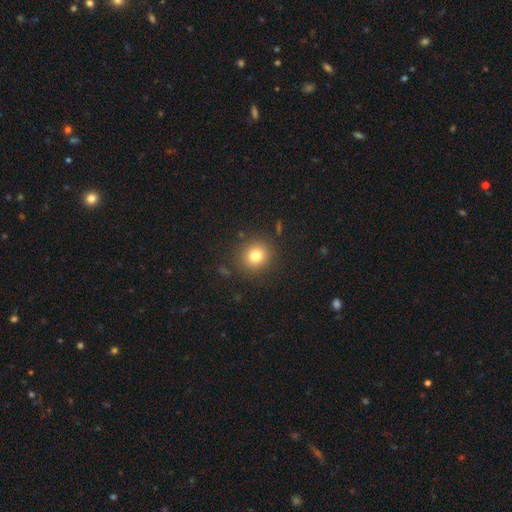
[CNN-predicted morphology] Smooth or featured? smooth (79%)
How rounded? round (88%)
Merging? none (88%)